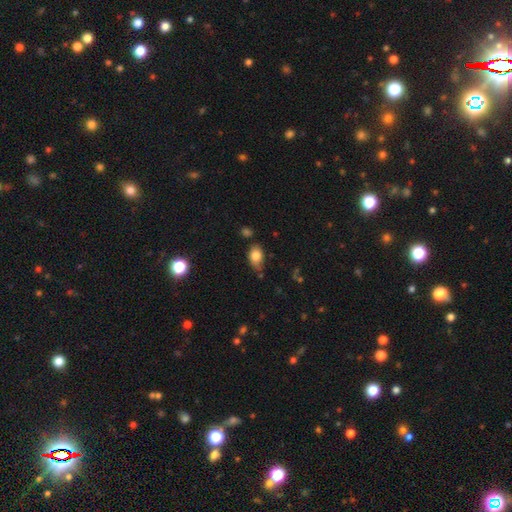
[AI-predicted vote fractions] Morphology: type=smooth (81%); roundness=in between (78%); merging=none (51%).